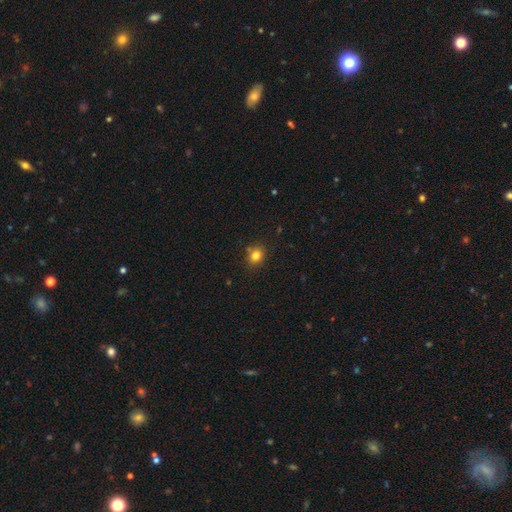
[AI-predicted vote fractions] Smooth or featured: smooth — 81% (star or artifact — 13%)
How rounded: round — 72% (in between — 27%)
Merging: none — 81% (minor disturbance — 12%)